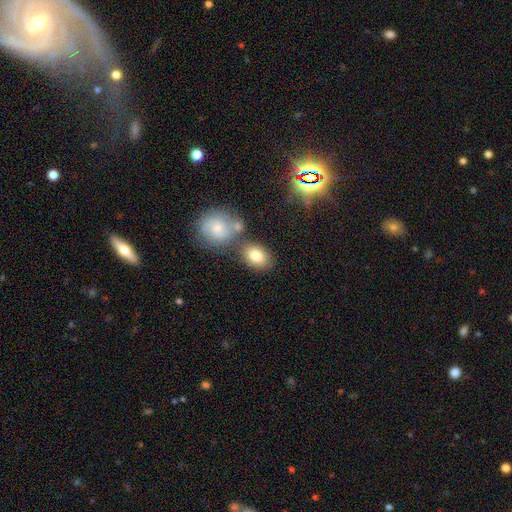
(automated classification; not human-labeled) Smooth or featured? smooth (80%)
How rounded? in between (73%)
Merging? none (68%)